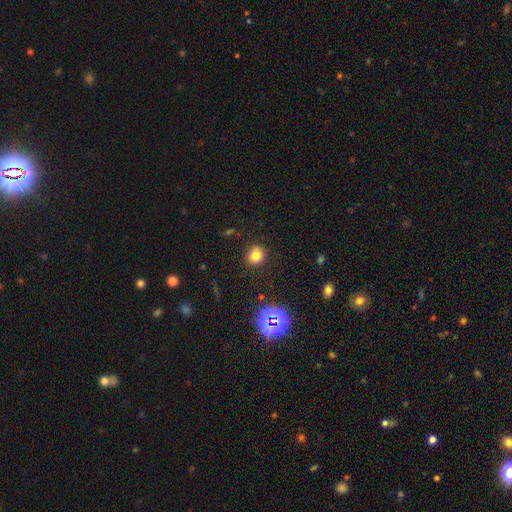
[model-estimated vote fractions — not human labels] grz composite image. It shows a smooth galaxy with no disk features (76%) that is round (82%). Merging: none (87%).